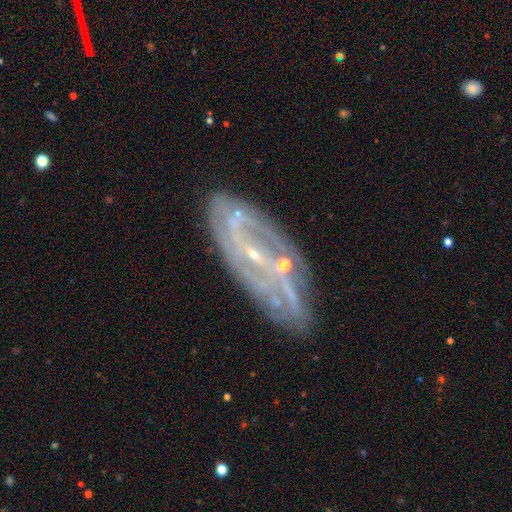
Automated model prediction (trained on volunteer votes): Morphology: type=featured or disk (80%); edge-on=no (88%); bar=no (44%); spiral arms=yes (81%); winding=tight (37%); arm count=2 (45%); bulge=small (81%); merging=none (66%).